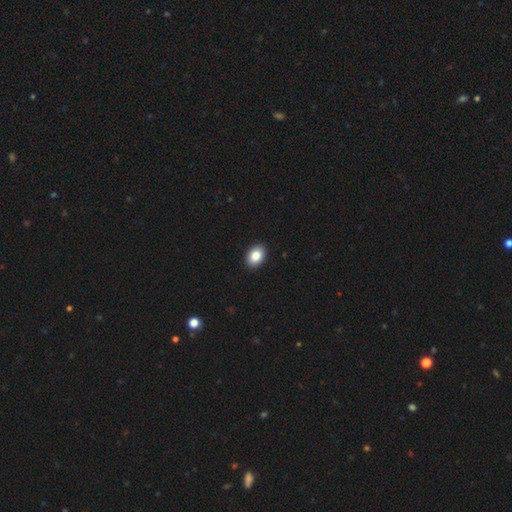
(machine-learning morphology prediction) This is clearly a smooth galaxy (88%). How rounded: clearly in between (84%). Merging: clearly none (92%).